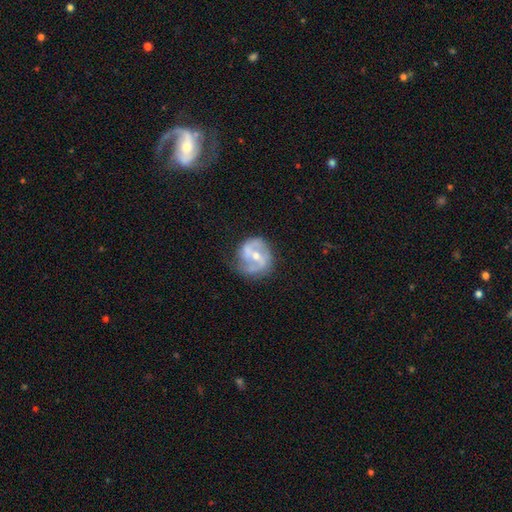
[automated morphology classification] The model was most divided on "bar": weak: 42%, strong: 32%, no: 27%. Remaining: edge-on disk — no (97%); spiral arms — yes (88%); spiral arm count — 2 (82%); smooth or featured — featured or disk (79%); merging — none (67%); bulge size — moderate (58%); spiral winding — medium (48%).